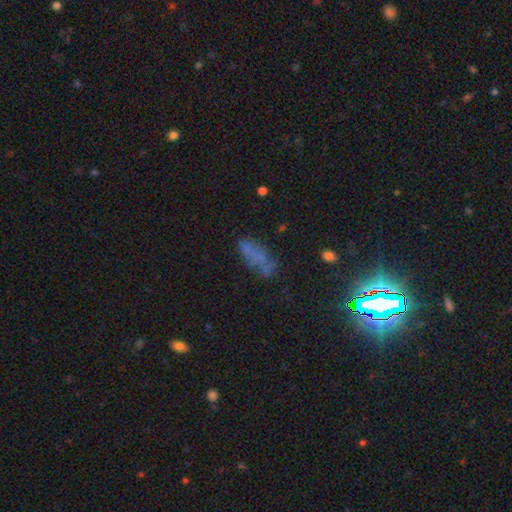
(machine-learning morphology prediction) A smooth galaxy with no disk features (44%).

Vote fractions:
- Smooth or featured? smooth: 44% / star or artifact: 29% / featured or disk: 27%
- Merging? none: 47% / minor disturbance: 23% / major disturbance: 20% / merger: 10%